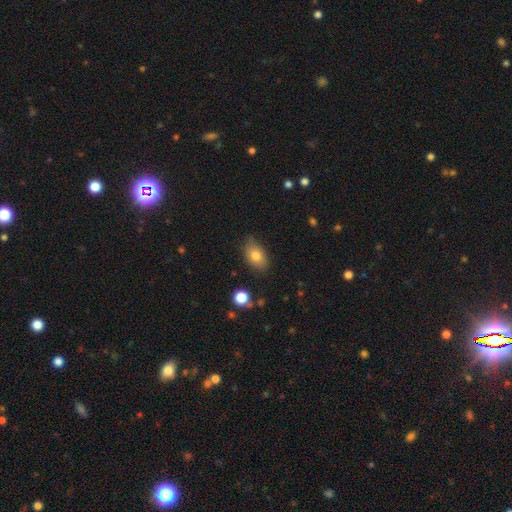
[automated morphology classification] type=smooth (79%); roundness=in between (87%); merging=none (78%).